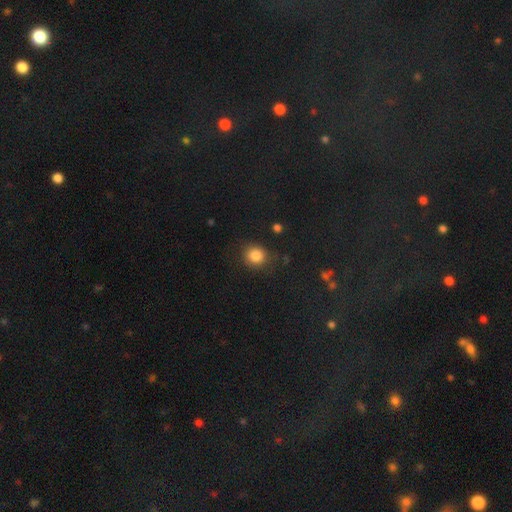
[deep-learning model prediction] A smooth galaxy with no disk features (85%) that is round (82%). Merging: none (82%).